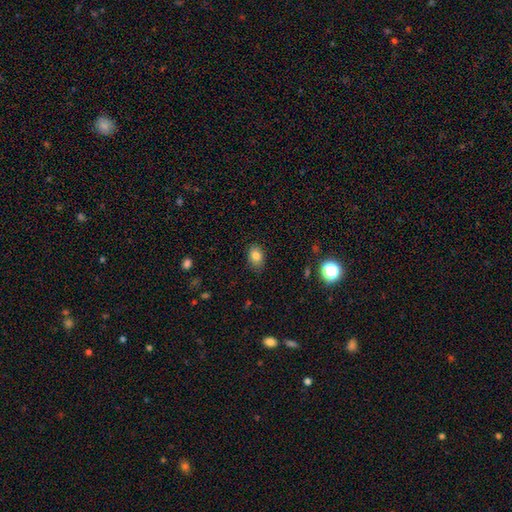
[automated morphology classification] Smooth or featured? smooth (83%)
How rounded? in between (74%)
Merging? none (83%)